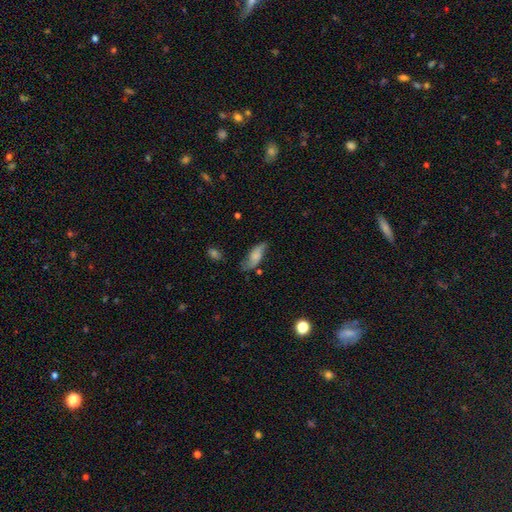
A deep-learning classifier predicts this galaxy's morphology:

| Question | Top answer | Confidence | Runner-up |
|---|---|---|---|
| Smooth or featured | smooth | 58% | featured or disk (34%) |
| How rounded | in between | 72% | cigar-shaped (25%) |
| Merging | none | 59% | minor disturbance (28%) |